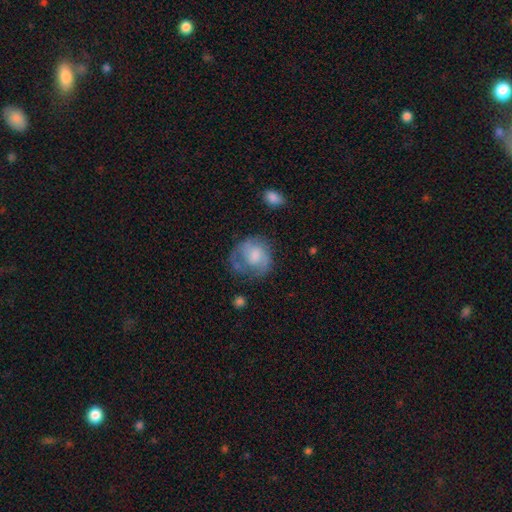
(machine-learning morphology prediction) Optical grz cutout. It shows a smooth galaxy with no disk features (49%). Merging: none (47%).